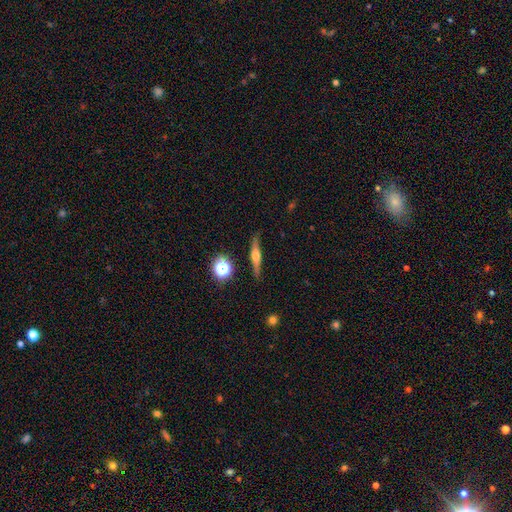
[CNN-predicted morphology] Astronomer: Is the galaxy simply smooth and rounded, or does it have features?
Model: featured or disk — 64%.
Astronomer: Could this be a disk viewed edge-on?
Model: yes — 95%.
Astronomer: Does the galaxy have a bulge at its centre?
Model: rounded — 90%.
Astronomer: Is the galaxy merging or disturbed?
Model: none — 85%.